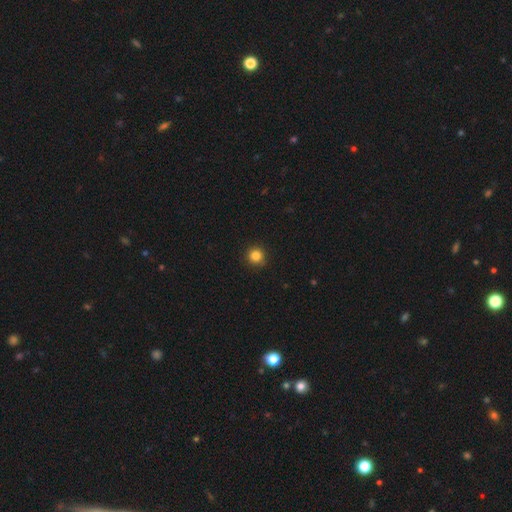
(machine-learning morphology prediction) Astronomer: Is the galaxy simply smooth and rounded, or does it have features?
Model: smooth — 84%.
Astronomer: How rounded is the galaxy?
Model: round — 95%.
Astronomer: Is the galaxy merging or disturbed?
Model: none — 92%.